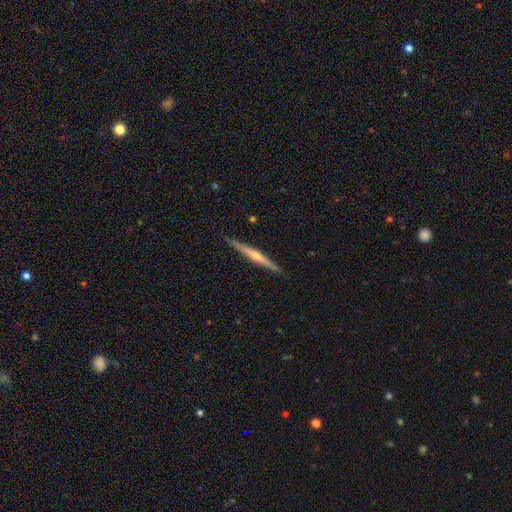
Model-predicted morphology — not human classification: Smooth or featured? featured or disk (70%)
Edge-on disk? yes (98%)
Edge-on bulge? rounded (74%)
Merging? none (90%)